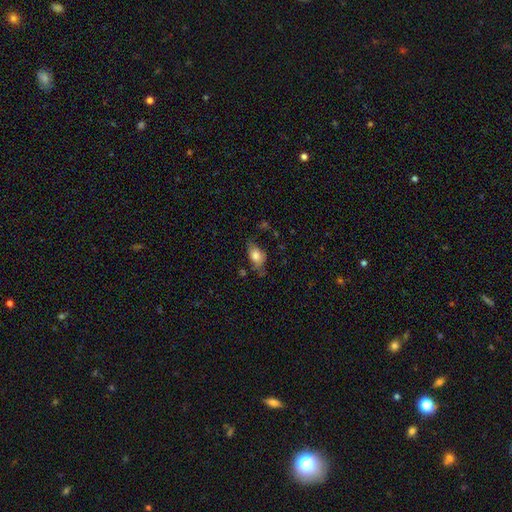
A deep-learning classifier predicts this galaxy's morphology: Smooth or featured?
  - smooth: 75% *
  - featured or disk: 17%
  - star or artifact: 8%
How rounded?
  - in between: 84% *
  - round: 10%
  - cigar-shaped: 6%
Merging?
  - none: 54% *
  - minor disturbance: 31%
  - major disturbance: 11%
  - merger: 4%